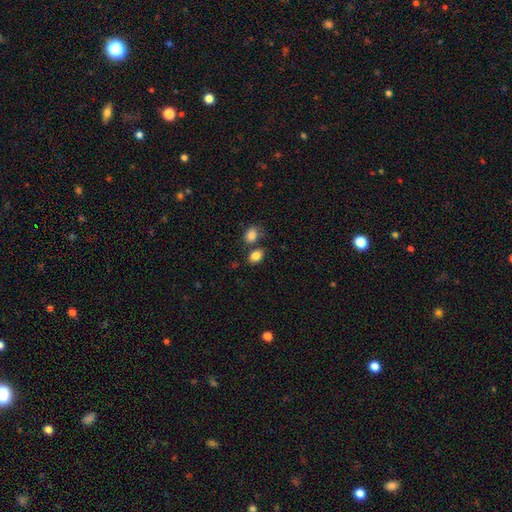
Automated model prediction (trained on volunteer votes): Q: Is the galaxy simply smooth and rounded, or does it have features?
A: smooth — 84%.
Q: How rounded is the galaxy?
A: in between — 71%.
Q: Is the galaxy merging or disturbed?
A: none — 62%.